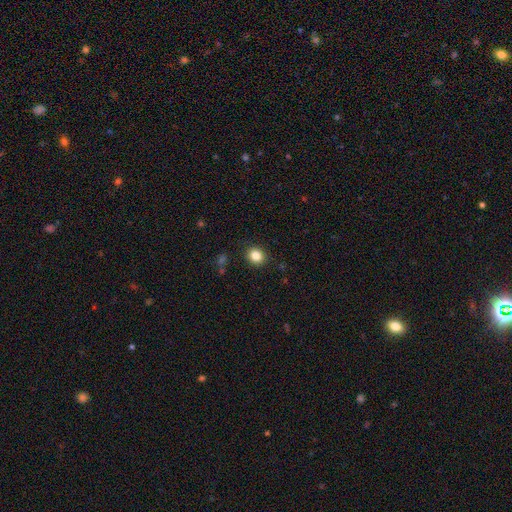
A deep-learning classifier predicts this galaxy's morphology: smooth-or-featured: smooth: 84% | star or artifact: 11% | featured or disk: 5%
  how-rounded: round: 78% | in between: 21% | cigar-shaped: 1%
  merging: none: 90% | minor disturbance: 7% | major disturbance: 2% | merger: 1%